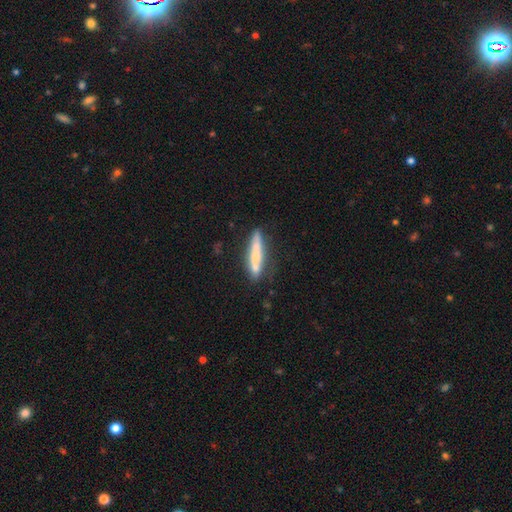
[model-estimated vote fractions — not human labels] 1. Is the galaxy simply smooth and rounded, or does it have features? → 62% smooth, 31% featured or disk, 7% star or artifact.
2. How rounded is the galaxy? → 90% cigar-shaped, 9% in between, 2% round.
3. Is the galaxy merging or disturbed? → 70% none, 18% minor disturbance, 7% merger, 5% major disturbance.